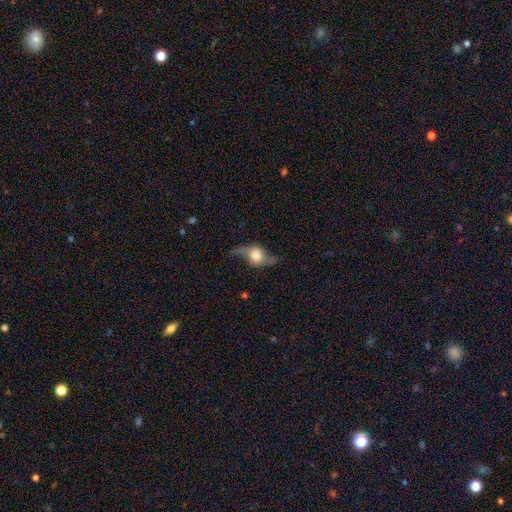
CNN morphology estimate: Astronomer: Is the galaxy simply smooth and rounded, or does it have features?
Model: featured or disk — 71%.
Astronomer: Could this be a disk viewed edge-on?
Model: no — 66%.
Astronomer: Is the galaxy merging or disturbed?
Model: none — 64%.